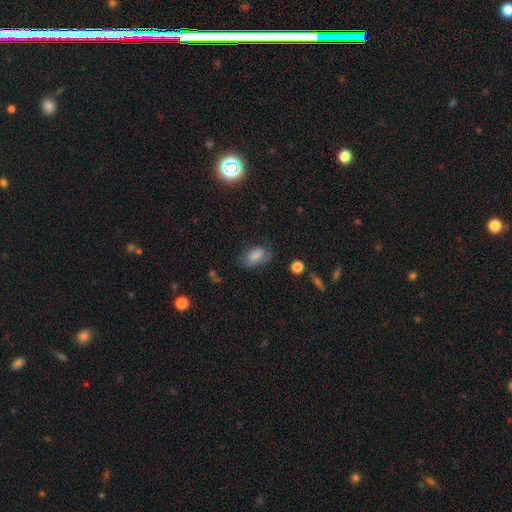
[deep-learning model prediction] smooth_or_featured: smooth (p=0.75) [alt: featured or disk p=0.16]
how_rounded: in between (p=0.90) [alt: round p=0.08]
merging: none (p=0.54) [alt: minor disturbance p=0.28]